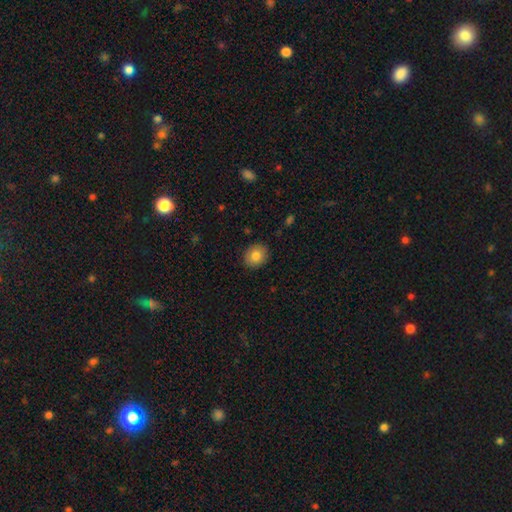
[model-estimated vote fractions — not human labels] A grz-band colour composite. It shows a smooth galaxy with no disk features (81%) that is round (67%). Merging: none (89%).